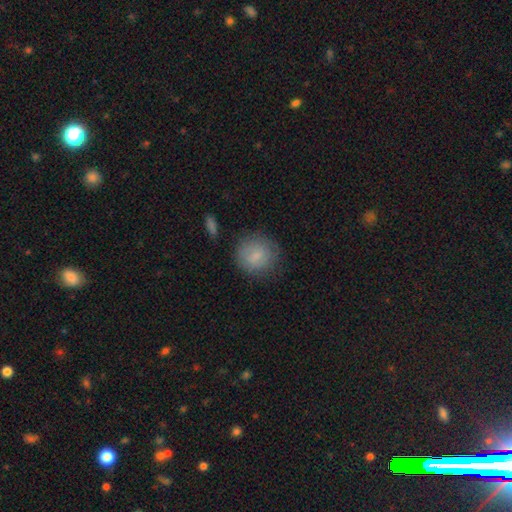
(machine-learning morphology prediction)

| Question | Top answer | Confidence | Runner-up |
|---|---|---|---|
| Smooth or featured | smooth | 79% | featured or disk (13%) |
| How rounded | round | 84% | in between (15%) |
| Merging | none | 77% | minor disturbance (15%) |